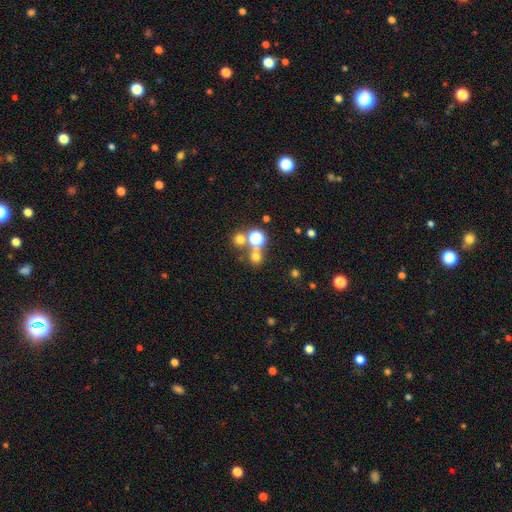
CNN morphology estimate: smooth-or-featured: smooth: 62% | star or artifact: 29% | featured or disk: 9%
  how-rounded: round: 88% | in between: 11% | cigar-shaped: 1%
  merging: none: 64% | merger: 24% | minor disturbance: 7% | major disturbance: 4%